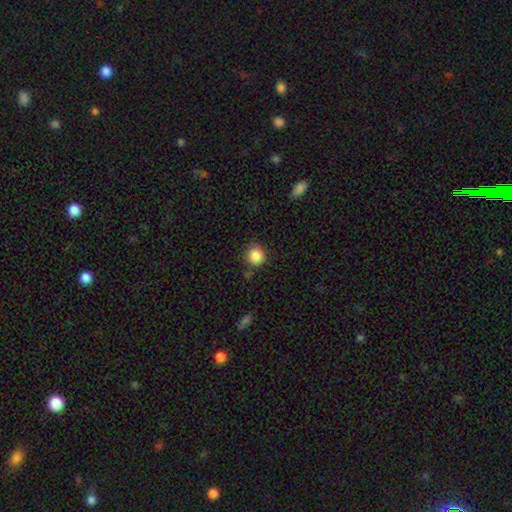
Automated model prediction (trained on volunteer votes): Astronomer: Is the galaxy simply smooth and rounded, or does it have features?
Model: smooth — 87%.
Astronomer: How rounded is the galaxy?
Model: round — 92%.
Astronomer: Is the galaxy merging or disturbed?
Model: none — 85%.